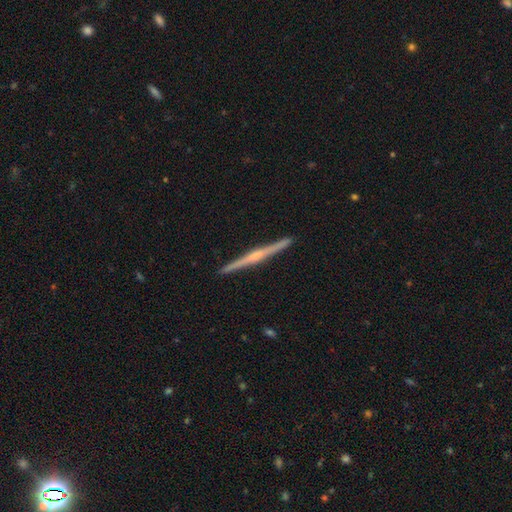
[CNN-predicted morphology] A featured or disk galaxy (78%) viewed edge-on (99%) with a rounded central bulge (60%). Merging: none (93%).